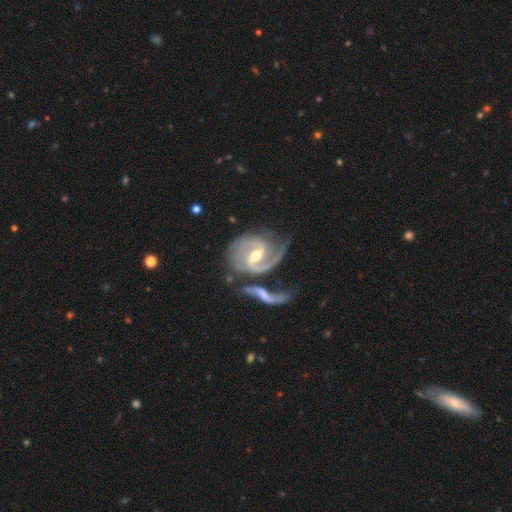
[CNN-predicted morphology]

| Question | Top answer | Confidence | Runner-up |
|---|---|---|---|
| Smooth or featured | featured or disk | 91% | smooth (5%) |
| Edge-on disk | no | 97% | yes (3%) |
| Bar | weak | 45% | strong (41%) |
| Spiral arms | yes | 97% | no (3%) |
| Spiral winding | medium | 50% | tight (33%) |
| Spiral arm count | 2 | 78% | 3 (8%) |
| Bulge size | moderate | 65% | small (31%) |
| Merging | none | 40% | merger (27%) |